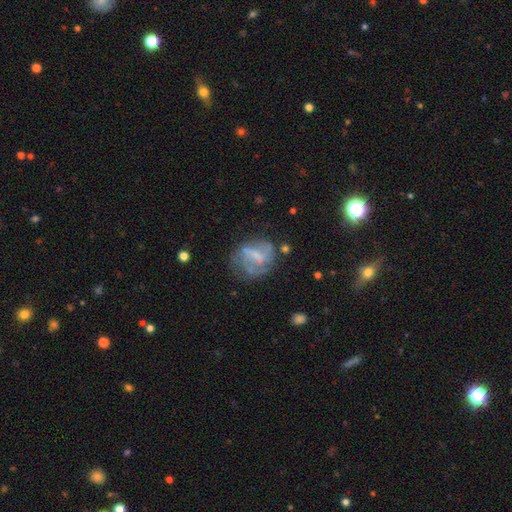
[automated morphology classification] Smooth or featured: featured or disk — 59% (smooth — 31%)
Edge-on disk: no — 97% (yes — 3%)
Bar: weak — 44% (no — 29%)
Spiral arms: yes — 56% (no — 44%)
Bulge size: none — 44% (small — 28%)
Merging: none — 50% (minor disturbance — 23%)